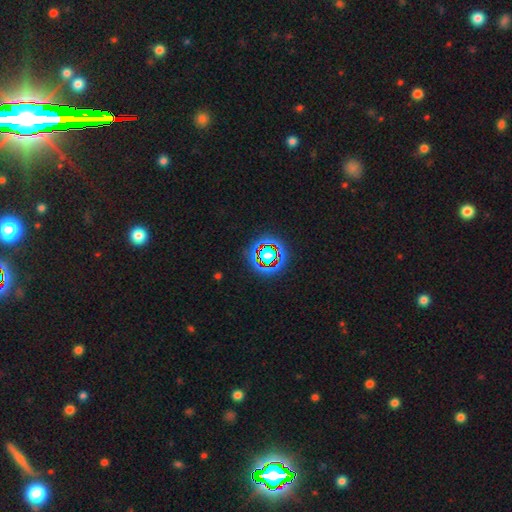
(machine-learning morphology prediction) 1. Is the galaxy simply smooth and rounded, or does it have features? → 65% star or artifact, 19% smooth, 15% featured or disk.